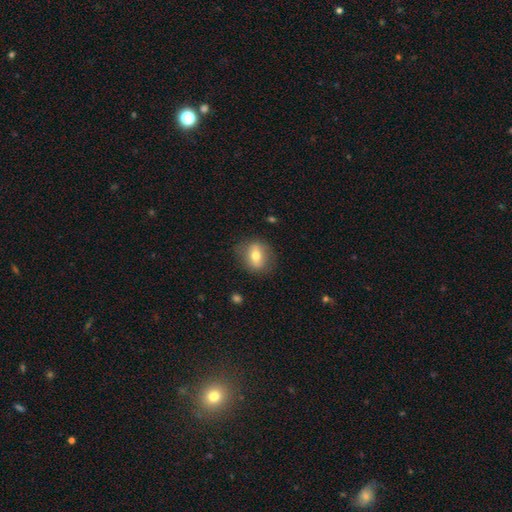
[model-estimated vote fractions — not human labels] smooth 61%, featured or disk 30%, star or artifact 8%. Down the decision tree: how rounded — round (53%); merging — none (80%).